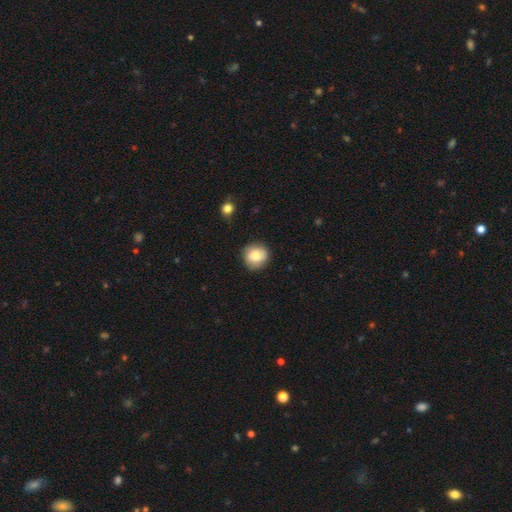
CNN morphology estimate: smooth 79%, featured or disk 13%, star or artifact 8%. Down the decision tree: how rounded — round (87%); merging — none (81%).